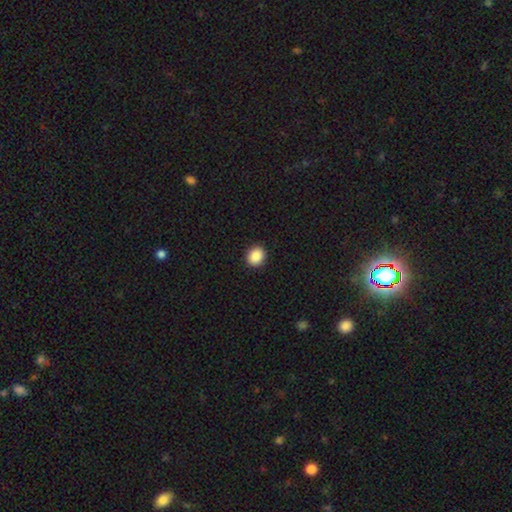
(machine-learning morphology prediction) Smooth or featured? smooth (89%)
How rounded? round (73%)
Merging? none (92%)